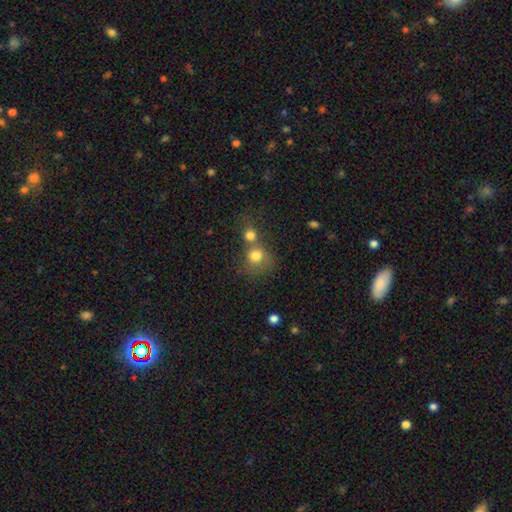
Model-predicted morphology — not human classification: type=smooth (76%); roundness=round (80%); merging=merger (52%).